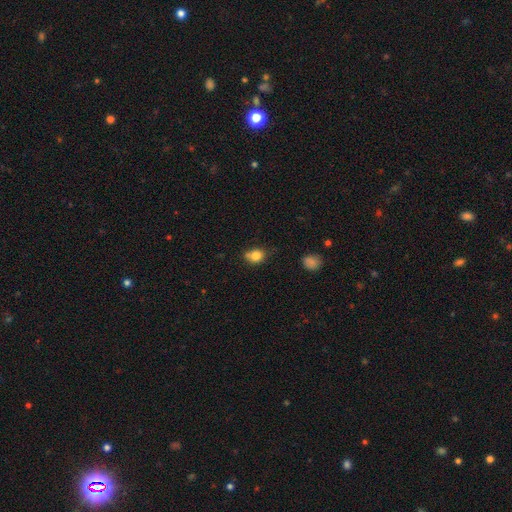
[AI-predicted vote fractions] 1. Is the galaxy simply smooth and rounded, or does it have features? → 81% smooth, 11% star or artifact, 8% featured or disk.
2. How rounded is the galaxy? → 57% round, 42% in between, 1% cigar-shaped.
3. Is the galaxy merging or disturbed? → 59% none, 27% minor disturbance, 9% merger, 6% major disturbance.